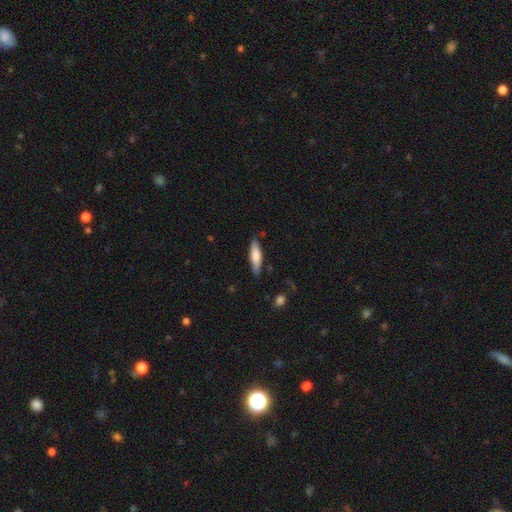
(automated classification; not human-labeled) Overall: smooth (74%). How rounded: cigar-shaped (68%; in between 31%). Merging: none (82%).